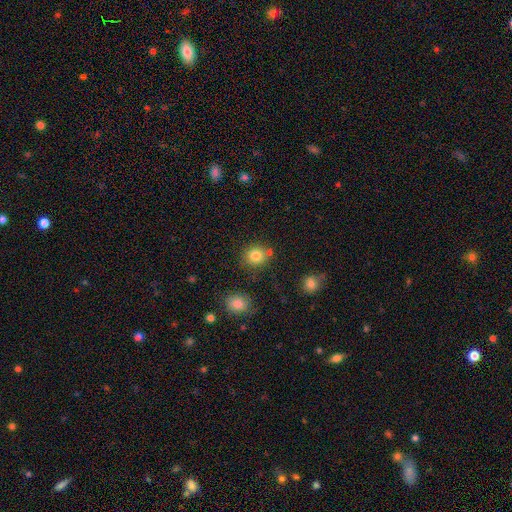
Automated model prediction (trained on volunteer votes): This appears to be a smooth galaxy with no disk features (82%) that is round (87%). Merging: none (77%).